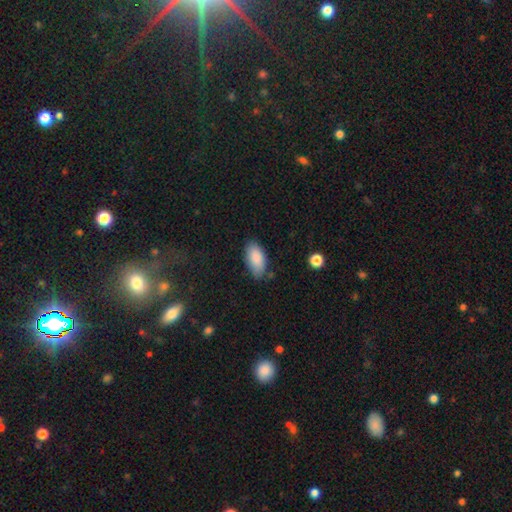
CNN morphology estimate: type=smooth (87%); roundness=in between (94%); merging=none (76%).